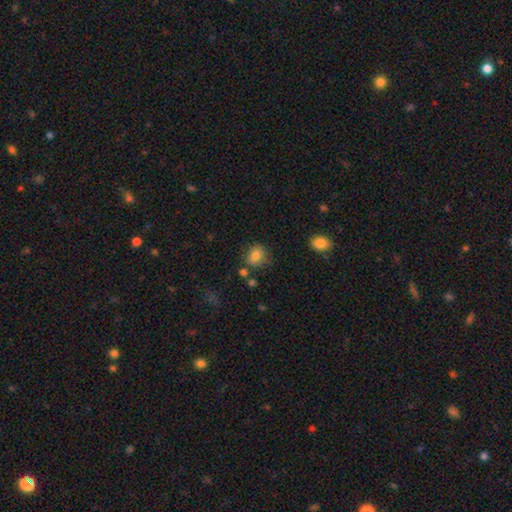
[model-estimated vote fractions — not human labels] Morphology: type=smooth (81%); roundness=round (72%); merging=none (70%).